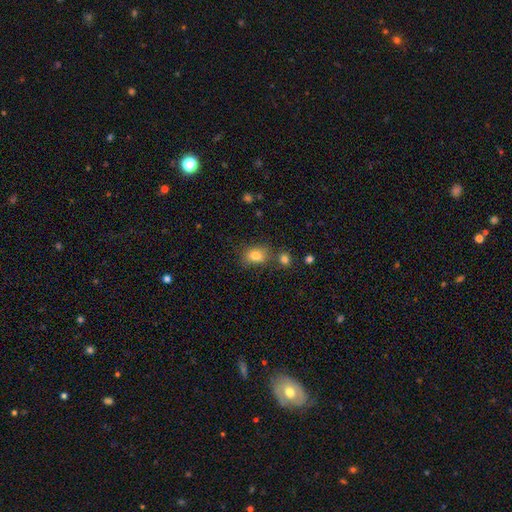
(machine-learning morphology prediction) The model was most divided on "how rounded": in between: 72%, round: 27%, cigar-shaped: 1%. More confident: smooth or featured — smooth (81%); merging — none (67%).